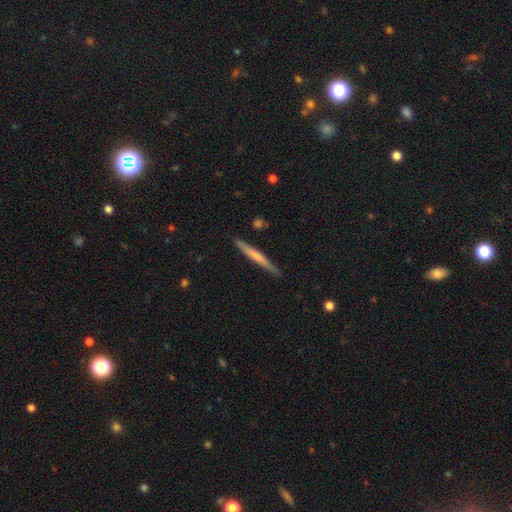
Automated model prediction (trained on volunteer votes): This appears to be a smooth galaxy with no disk features (53%) that is cigar-shaped (96%). Merging: none (88%).